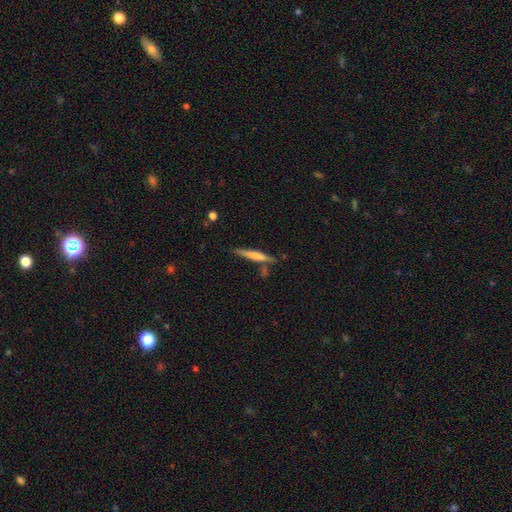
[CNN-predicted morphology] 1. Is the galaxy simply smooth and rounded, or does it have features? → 56% smooth, 38% featured or disk, 6% star or artifact.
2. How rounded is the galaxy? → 93% cigar-shaped, 6% in between, 2% round.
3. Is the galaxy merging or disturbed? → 76% none, 13% minor disturbance, 8% merger, 3% major disturbance.